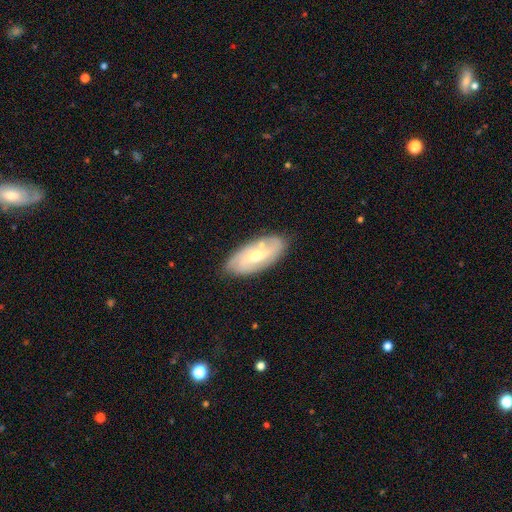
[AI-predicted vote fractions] featured or disk 71%, smooth 23%, star or artifact 6%. Down the decision tree: edge-on disk — no (90%); bar — weak (46%); spiral arms — yes (87%); spiral arm count — 2 (57%); spiral winding — medium (40%); bulge size — moderate (56%); merging — none (81%).